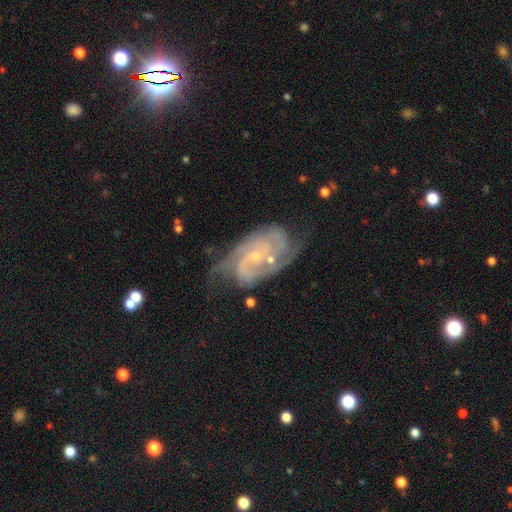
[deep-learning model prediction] A featured or disk galaxy (87%) with no bar (55%), 2 (39%) tight (51%) spiral arms (96%) and a small central bulge (74%).

Vote fractions:
- Smooth or featured? featured or disk: 87% / star or artifact: 7% / smooth: 6%
- Edge-on disk? no: 96% / yes: 4%
- Bar? no: 55% / weak: 36% / strong: 9%
- Spiral arms? yes: 96% / no: 4%
- Spiral winding? tight: 51% / medium: 39% / loose: 10%
- Spiral arm count? 2: 39% / can't tell: 24% / 3: 19% / 4: 8% / 1: 5% / more than 4: 5%
- Bulge size? small: 74% / moderate: 20% / none: 4% / large: 1% / dominant: 1%
- Merging? none: 58% / minor disturbance: 25% / major disturbance: 13% / merger: 4%